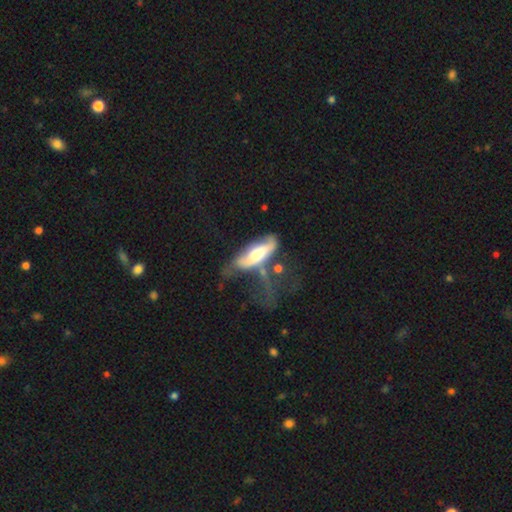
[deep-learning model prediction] smooth 49%, featured or disk 44%, star or artifact 7%. Down the decision tree: merging — major disturbance (40%).